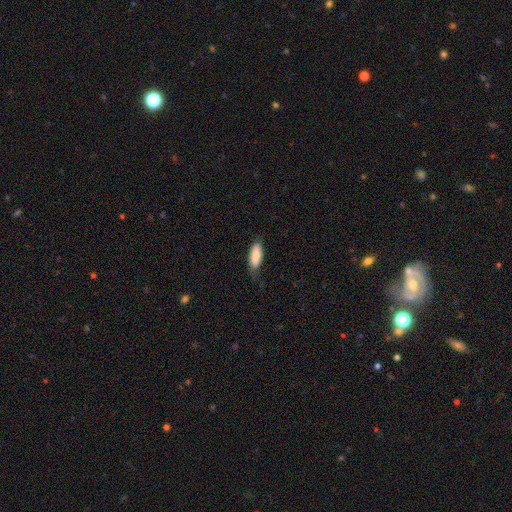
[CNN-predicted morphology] Smooth or featured?
  - smooth: 85% *
  - featured or disk: 9%
  - star or artifact: 6%
How rounded?
  - in between: 72% *
  - cigar-shaped: 26%
  - round: 2%
Merging?
  - none: 55% *
  - minor disturbance: 33%
  - major disturbance: 11%
  - merger: 2%